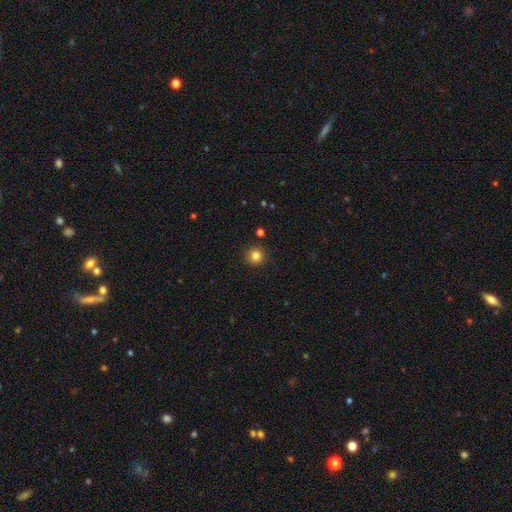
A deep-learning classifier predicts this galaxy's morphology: type=smooth (83%); roundness=round (94%); merging=none (90%).